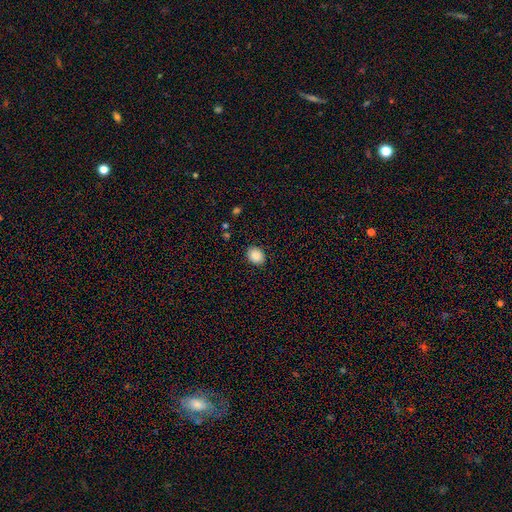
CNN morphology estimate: Overall: smooth (88%). How rounded: round (52%; in between 47%). Merging: none (88%).